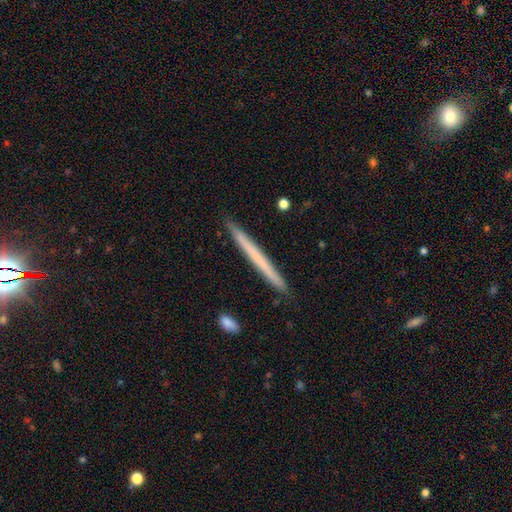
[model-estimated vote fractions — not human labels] Smooth or featured: smooth — 56% (featured or disk — 39%)
How rounded: cigar-shaped — 97% (in between — 1%)
Merging: none — 91% (minor disturbance — 6%)